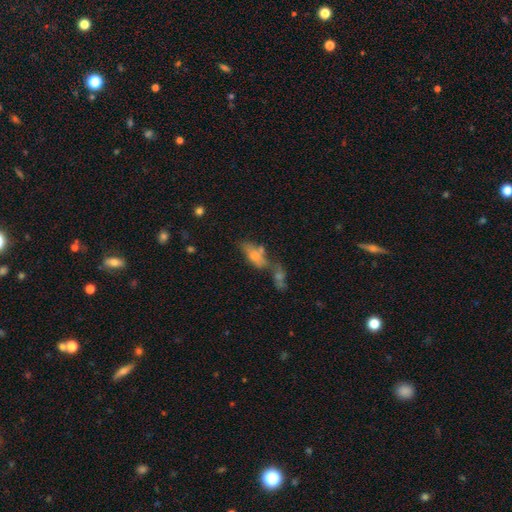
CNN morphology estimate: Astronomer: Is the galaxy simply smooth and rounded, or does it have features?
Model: smooth — 61%.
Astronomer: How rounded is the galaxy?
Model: in between — 71%.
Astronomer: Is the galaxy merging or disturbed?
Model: merger — 47% (runner-up: none, 28%).